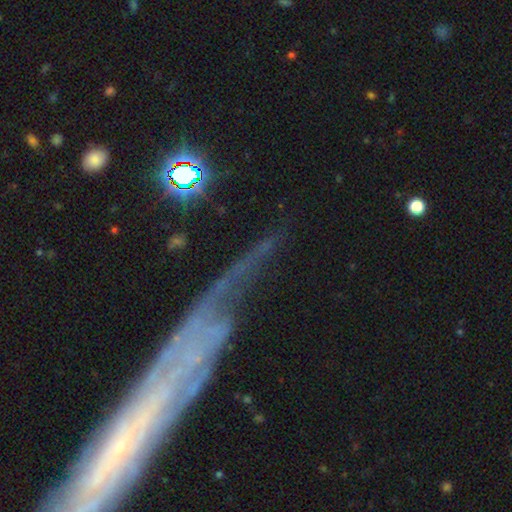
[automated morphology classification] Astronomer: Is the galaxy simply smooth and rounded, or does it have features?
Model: featured or disk — 52% (runner-up: star or artifact, 27%).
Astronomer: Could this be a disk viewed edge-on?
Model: no — 57% (runner-up: yes, 43%).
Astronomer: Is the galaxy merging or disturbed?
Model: none — 65%.